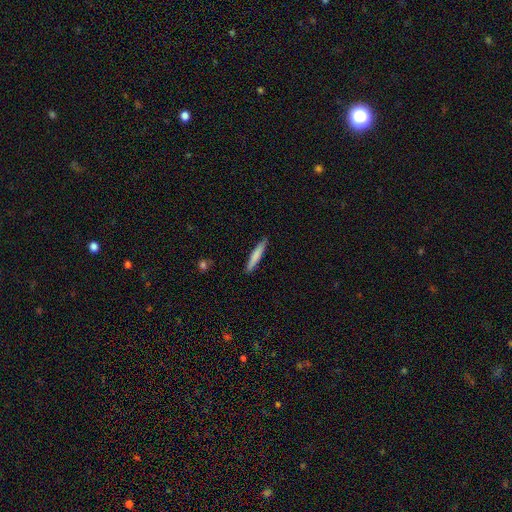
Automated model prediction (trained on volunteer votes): Smooth or featured? smooth (76%)
How rounded? cigar-shaped (94%)
Merging? none (88%)